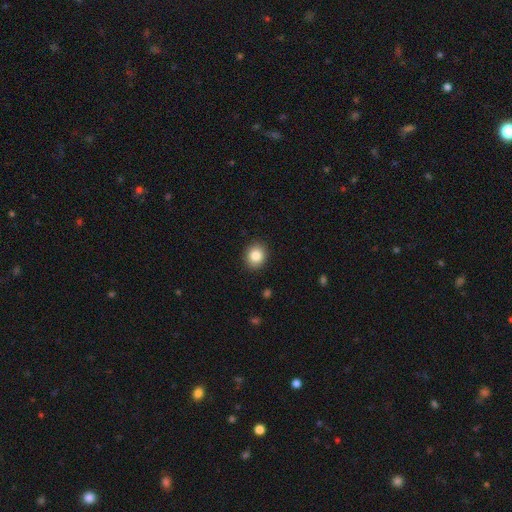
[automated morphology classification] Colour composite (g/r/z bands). It shows a smooth galaxy with no disk features (86%) that is round (72%). Merging: none (89%).